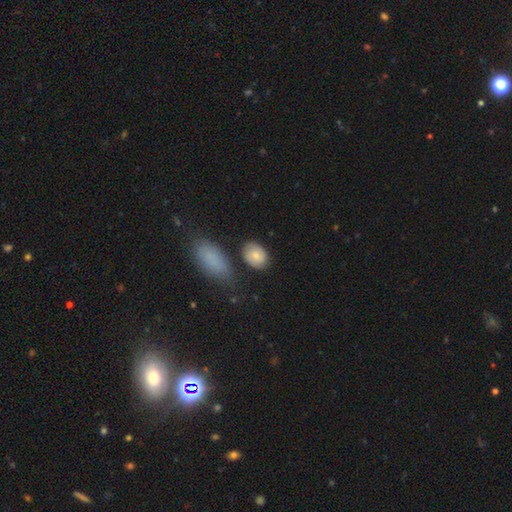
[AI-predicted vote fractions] This is likely a smooth galaxy (76%). How rounded: likely in between (67%). Merging: likely none (71%).